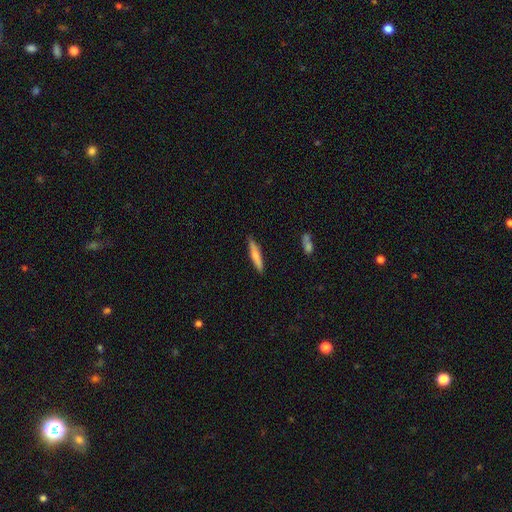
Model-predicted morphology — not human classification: type=smooth (68%); roundness=cigar-shaped (89%); merging=none (87%).